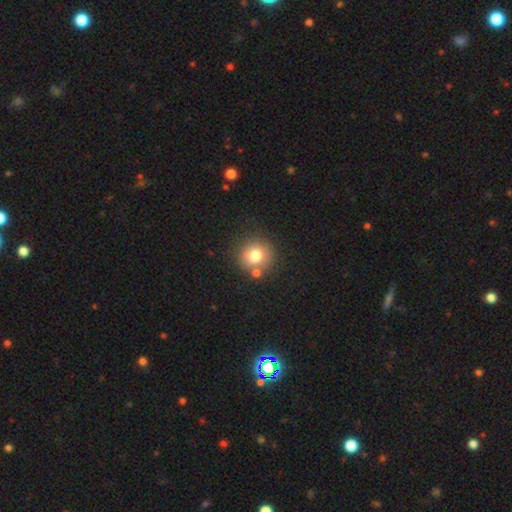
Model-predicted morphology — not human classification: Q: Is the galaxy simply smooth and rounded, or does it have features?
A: smooth — 78%.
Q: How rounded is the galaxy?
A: round — 90%.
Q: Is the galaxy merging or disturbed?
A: none — 71%.